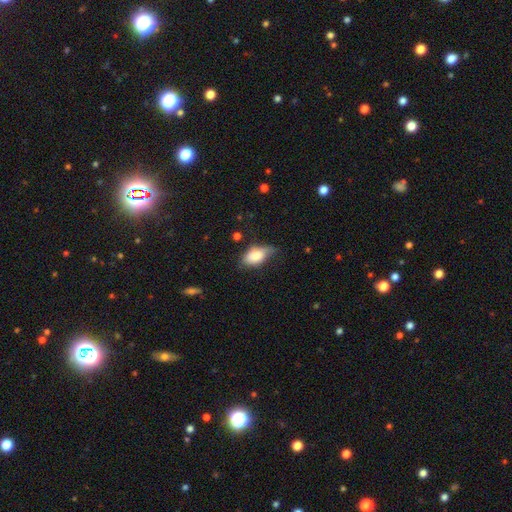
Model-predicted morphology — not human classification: Smooth or featured? Predicted: smooth (p=0.78). How rounded? Predicted: in between (p=0.90). Merging? Predicted: minor disturbance (p=0.43, tied with none).